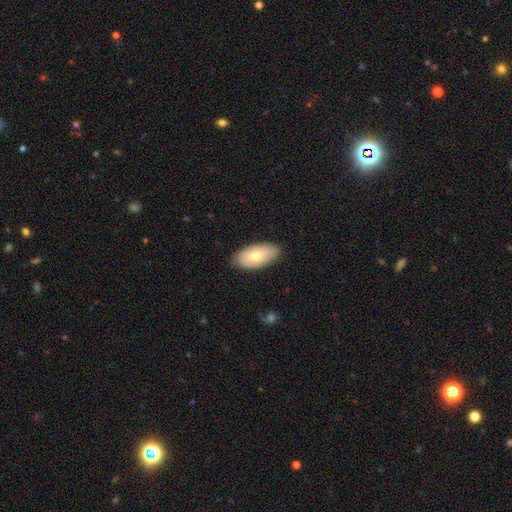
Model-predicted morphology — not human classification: Smooth or featured: smooth — 67% (featured or disk — 27%)
How rounded: in between — 94% (cigar-shaped — 3%)
Merging: none — 84% (minor disturbance — 13%)